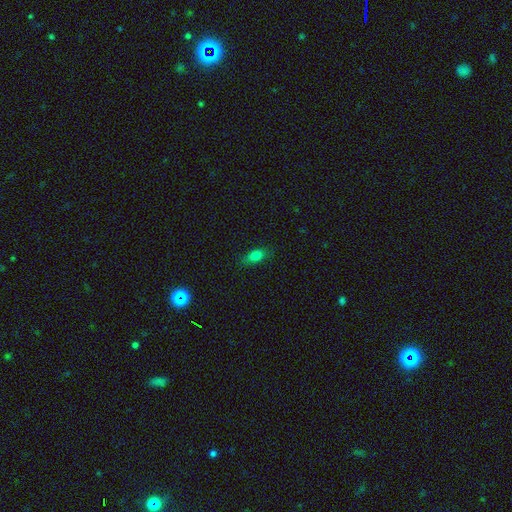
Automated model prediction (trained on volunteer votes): smooth-or-featured: smooth: 79% | star or artifact: 12% | featured or disk: 10%
  how-rounded: in between: 76% | round: 13% | cigar-shaped: 11%
  merging: none: 78% | minor disturbance: 17% | major disturbance: 4% | merger: 1%